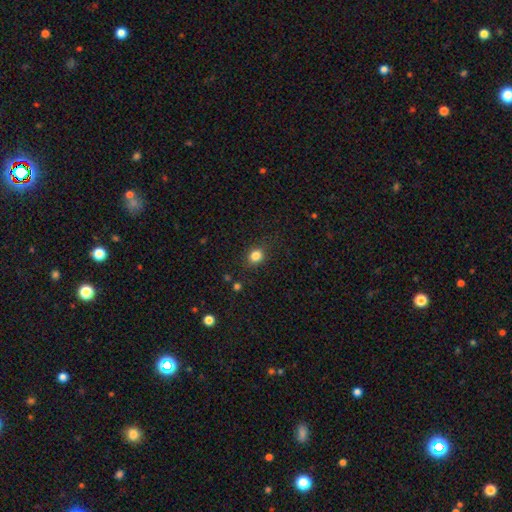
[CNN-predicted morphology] smooth-or-featured: smooth: 83% | star or artifact: 12% | featured or disk: 5%
  how-rounded: round: 66% | in between: 33% | cigar-shaped: 1%
  merging: none: 85% | minor disturbance: 11% | major disturbance: 3% | merger: 1%